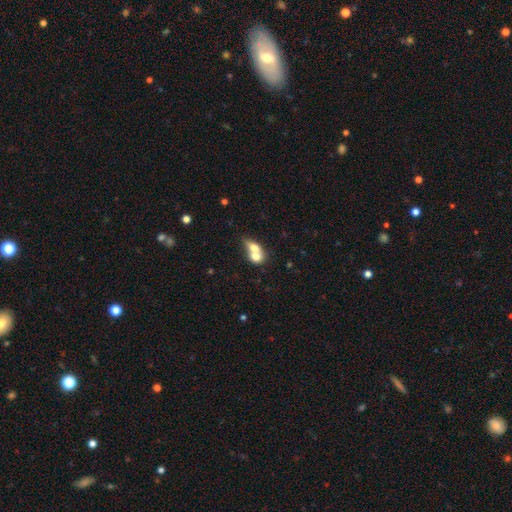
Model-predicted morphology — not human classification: type=smooth (66%); roundness=in between (58%); merging=merger (72%).